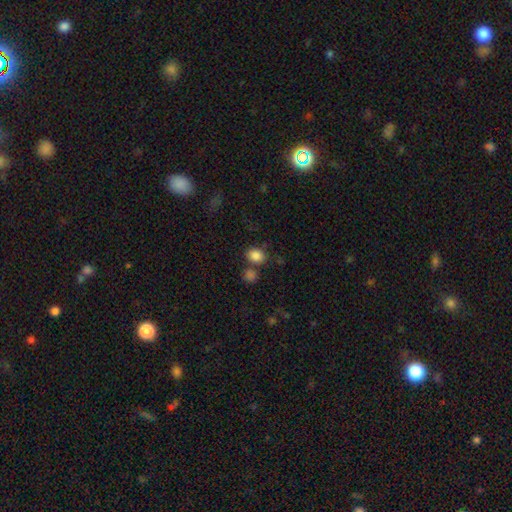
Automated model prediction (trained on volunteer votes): smooth_or_featured: smooth (p=0.85) [alt: star or artifact p=0.10]
how_rounded: round (p=0.53) [alt: in between p=0.46]
merging: none (p=0.69) [alt: merger p=0.16]